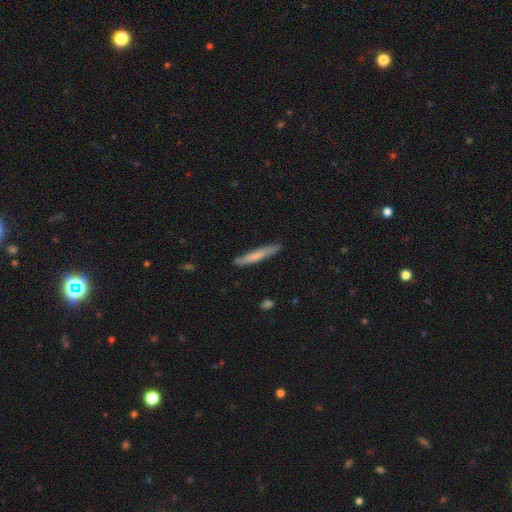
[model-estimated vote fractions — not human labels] smooth-or-featured: smooth: 66% | featured or disk: 29% | star or artifact: 5%
  how-rounded: cigar-shaped: 95% | in between: 4% | round: 1%
  merging: none: 87% | minor disturbance: 10% | major disturbance: 2% | merger: 1%